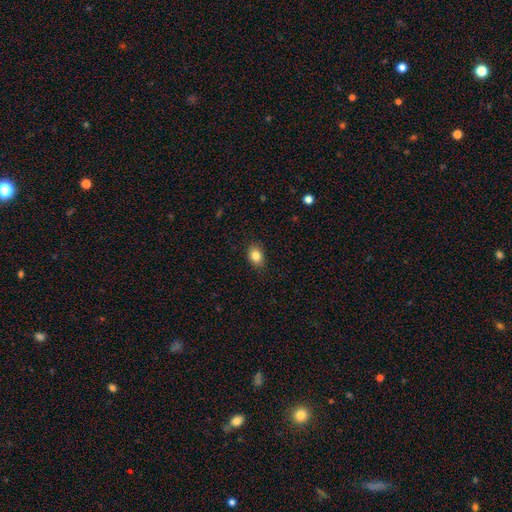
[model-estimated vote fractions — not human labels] Smooth or featured?
  - smooth: 84% *
  - star or artifact: 9%
  - featured or disk: 6%
How rounded?
  - in between: 70% *
  - round: 29%
  - cigar-shaped: 1%
Merging?
  - none: 84% *
  - minor disturbance: 12%
  - major disturbance: 2%
  - merger: 1%